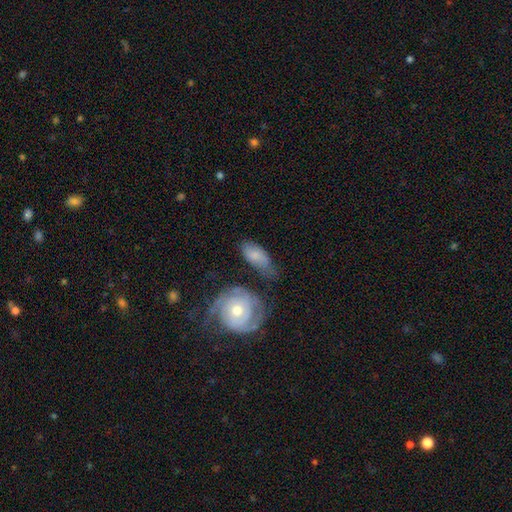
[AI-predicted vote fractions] A smooth galaxy with no disk features (63%) that is in between round and cigar-shaped (85%). Merging: none (44%).